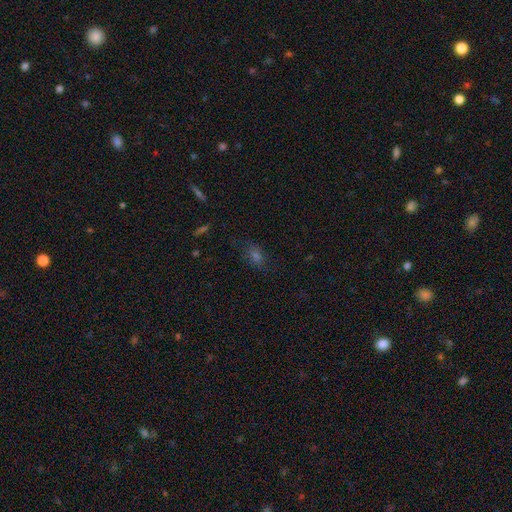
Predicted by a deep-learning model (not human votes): A smooth galaxy with no disk features (52%) that is in between round and cigar-shaped (75%). Merging: none (74%).